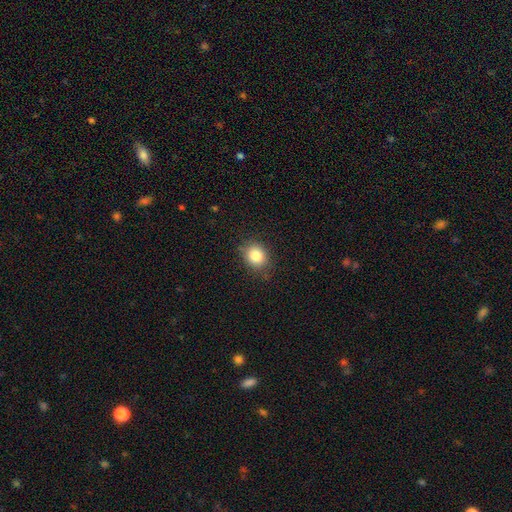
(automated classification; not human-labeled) A smooth galaxy with no disk features (84%) that is round (65%).

Vote fractions:
- Smooth or featured? smooth: 84% / star or artifact: 10% / featured or disk: 6%
- How rounded? round: 65% / in between: 34% / cigar-shaped: 1%
- Merging? none: 81% / minor disturbance: 14% / major disturbance: 3% / merger: 1%